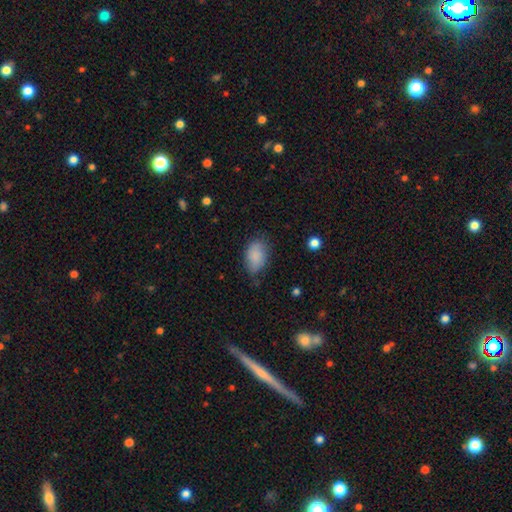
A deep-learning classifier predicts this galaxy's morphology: Overall: smooth (85%). How rounded: in between (89%). Merging: none (68%).